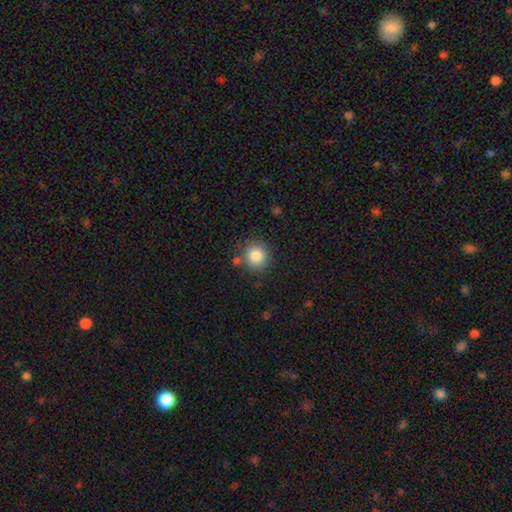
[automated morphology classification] Smooth or featured?
  - smooth: 85% *
  - star or artifact: 10%
  - featured or disk: 5%
How rounded?
  - round: 90% *
  - in between: 9%
  - cigar-shaped: 1%
Merging?
  - none: 82% *
  - minor disturbance: 9%
  - merger: 5%
  - major disturbance: 3%